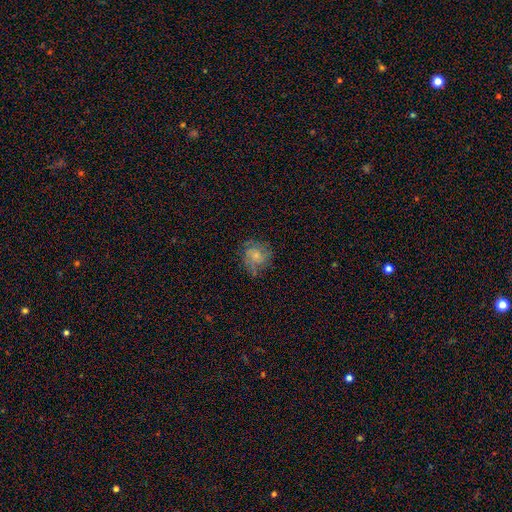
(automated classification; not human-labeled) The model was most divided on "smooth or featured": smooth: 54%, featured or disk: 36%, star or artifact: 10%. More confident: how rounded — round (80%); merging — none (62%).